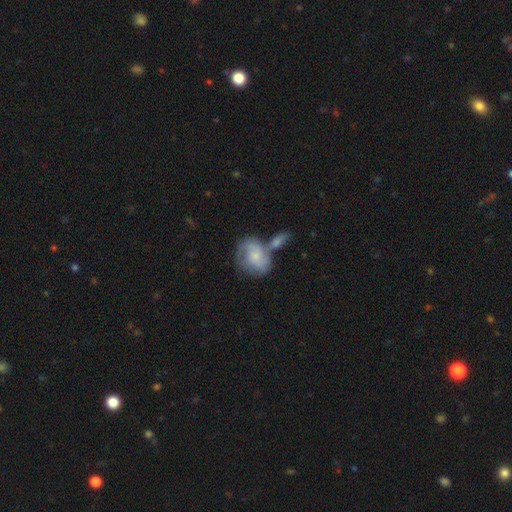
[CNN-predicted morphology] featured or disk 48%, smooth 46%, star or artifact 7%. Down the decision tree: merging — merger (41%).